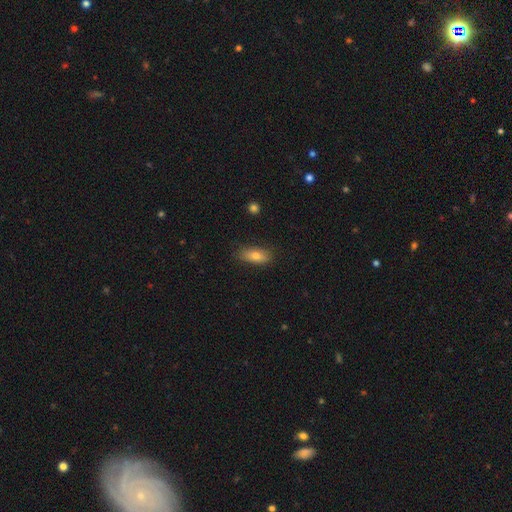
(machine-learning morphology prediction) A smooth galaxy with no disk features (77%) that is in between round and cigar-shaped (79%).

Vote fractions:
- Smooth or featured? smooth: 77% / featured or disk: 15% / star or artifact: 8%
- How rounded? in between: 79% / cigar-shaped: 17% / round: 4%
- Merging? none: 81% / minor disturbance: 14% / major disturbance: 3% / merger: 1%